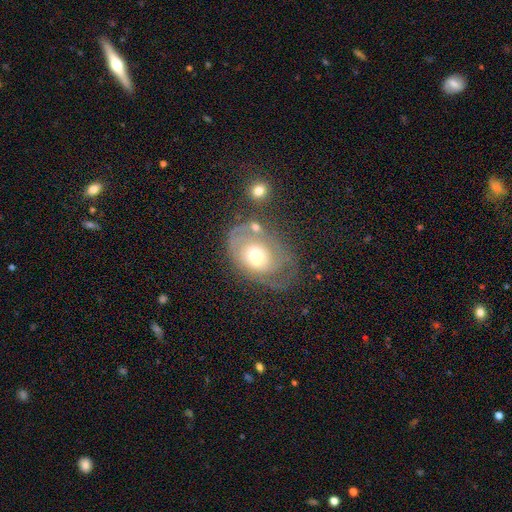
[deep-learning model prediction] Smooth or featured?
  - featured or disk: 65% *
  - smooth: 26%
  - star or artifact: 9%
Edge-on disk?
  - no: 95% *
  - yes: 5%
Bar?
  - no: 73% *
  - weak: 23%
  - strong: 5%
Spiral arms?
  - yes: 71% *
  - no: 29%
Bulge size?
  - moderate: 63% *
  - small: 20%
  - large: 13%
  - dominant: 2%
  - none: 1%
Merging?
  - none: 42% *
  - minor disturbance: 23%
  - major disturbance: 23%
  - merger: 12%